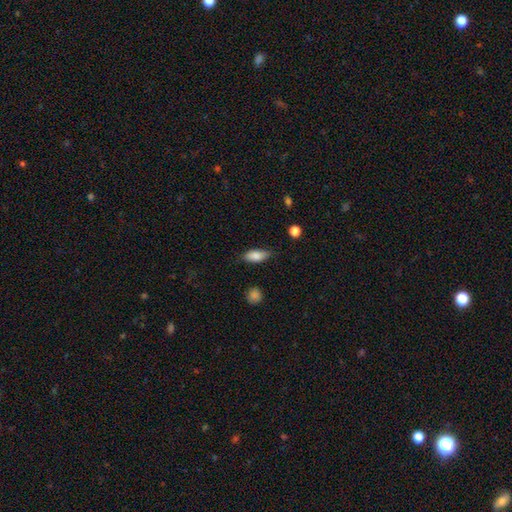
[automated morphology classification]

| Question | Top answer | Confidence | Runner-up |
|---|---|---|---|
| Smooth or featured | smooth | 84% | featured or disk (9%) |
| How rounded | in between | 83% | cigar-shaped (14%) |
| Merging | none | 75% | minor disturbance (19%) |